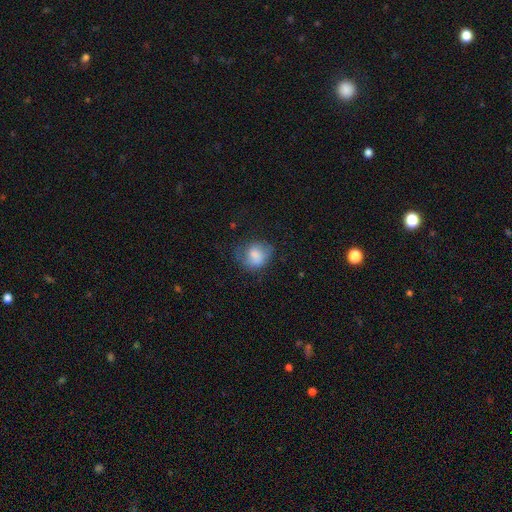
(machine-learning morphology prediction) This appears to be a smooth galaxy with no disk features (76%) that is round (63%). Merging: none (55%).